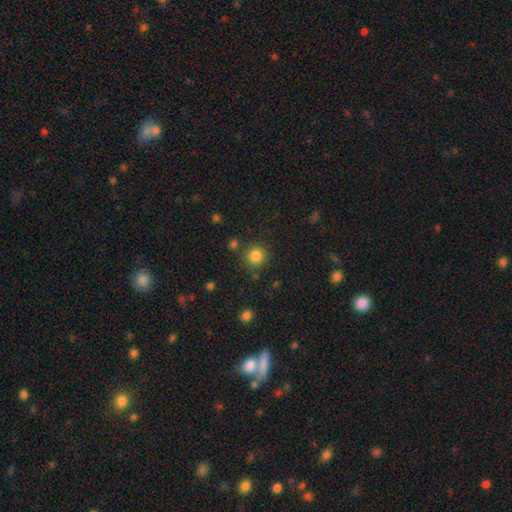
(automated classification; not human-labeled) smooth 84%, star or artifact 11%, featured or disk 5%. Down the decision tree: how rounded — round (93%); merging — none (85%).